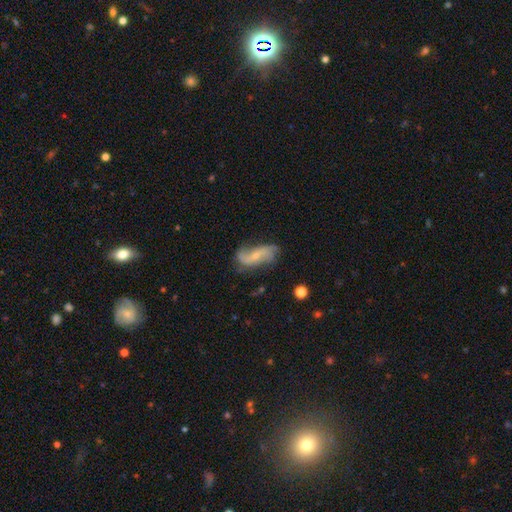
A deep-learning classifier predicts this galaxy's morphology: Smooth or featured: featured or disk — 70% (smooth — 23%)
Edge-on disk: no — 91% (yes — 9%)
Bar: no — 53% (weak — 33%)
Spiral arms: yes — 89% (no — 11%)
Spiral winding: loose — 66% (medium — 24%)
Spiral arm count: 2 — 78% (can't tell — 10%)
Bulge size: small — 67% (moderate — 26%)
Merging: none — 59% (minor disturbance — 26%)